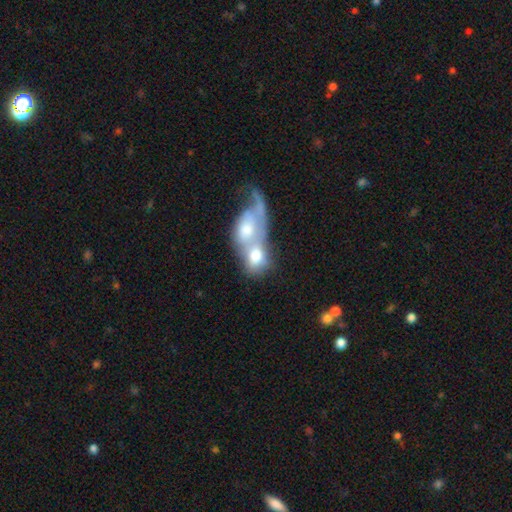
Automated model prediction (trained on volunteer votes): smooth-or-featured: smooth: 58% | featured or disk: 34% | star or artifact: 9%
  how-rounded: in between: 67% | round: 28% | cigar-shaped: 4%
  merging: merger: 74% | major disturbance: 11% | none: 10% | minor disturbance: 5%